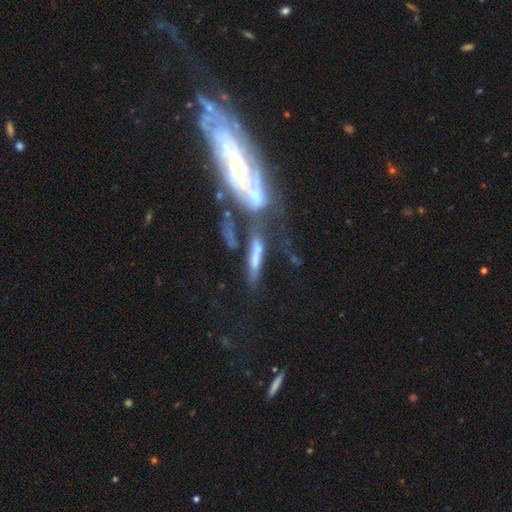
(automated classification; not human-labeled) Overall: featured or disk (47%; smooth 40%). Merging: merger (54%; none 19%).